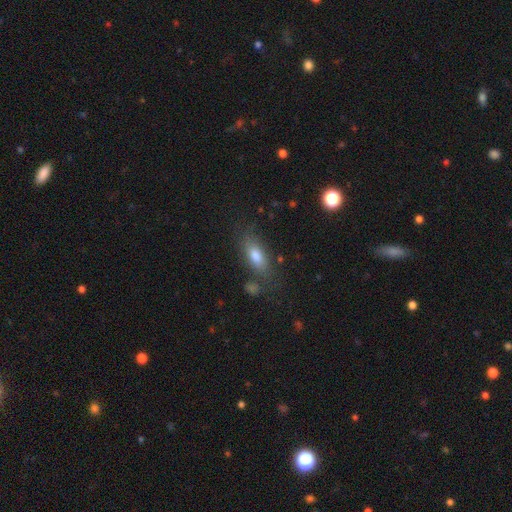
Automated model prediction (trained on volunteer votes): This appears to be a smooth galaxy with no disk features (75%) that is in between round and cigar-shaped (74%). Merging: none (72%).